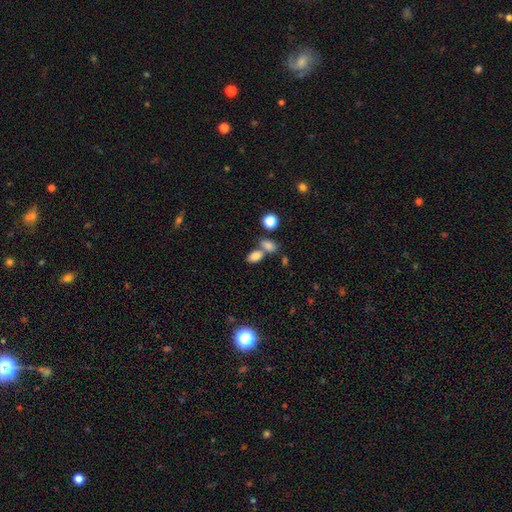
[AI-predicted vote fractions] Q: Smooth or featured?
A: smooth (81%); runner-up: star or artifact (11%)
Q: How rounded?
A: in between (86%); runner-up: round (12%)
Q: Merging?
A: none (45%); runner-up: merger (40%)